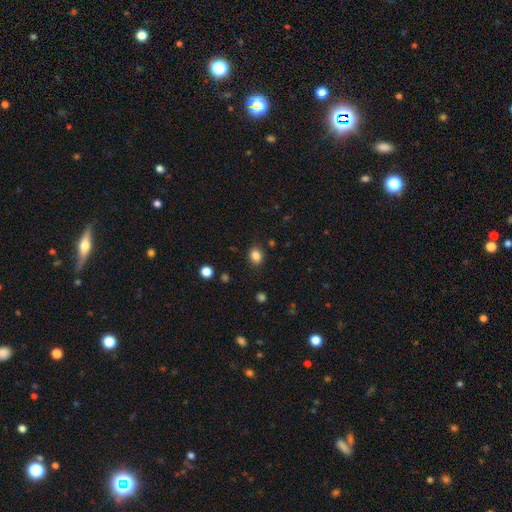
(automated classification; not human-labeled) This appears to be a smooth galaxy with no disk features (85%) that is in between round and cigar-shaped (52%). Merging: none (84%).